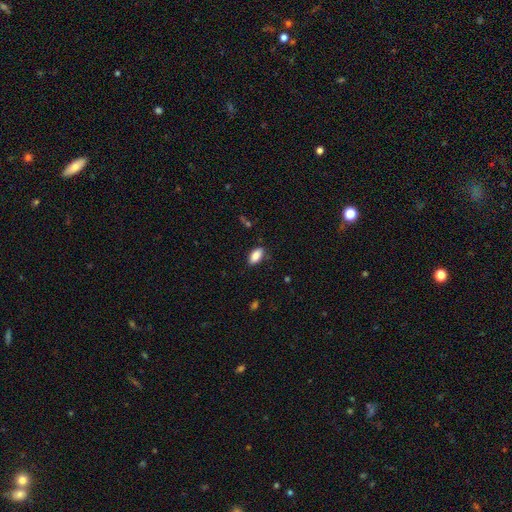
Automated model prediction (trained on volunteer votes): Smooth or featured?
  - smooth: 86% *
  - featured or disk: 7%
  - star or artifact: 7%
How rounded?
  - in between: 89% *
  - cigar-shaped: 8%
  - round: 3%
Merging?
  - none: 82% *
  - minor disturbance: 14%
  - major disturbance: 3%
  - merger: 1%